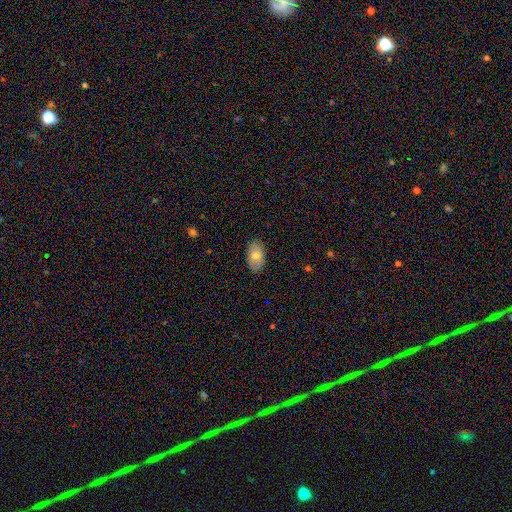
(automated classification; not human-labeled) Smooth or featured: smooth — 75% (featured or disk — 18%)
How rounded: in between — 94% (round — 4%)
Merging: none — 87% (minor disturbance — 10%)